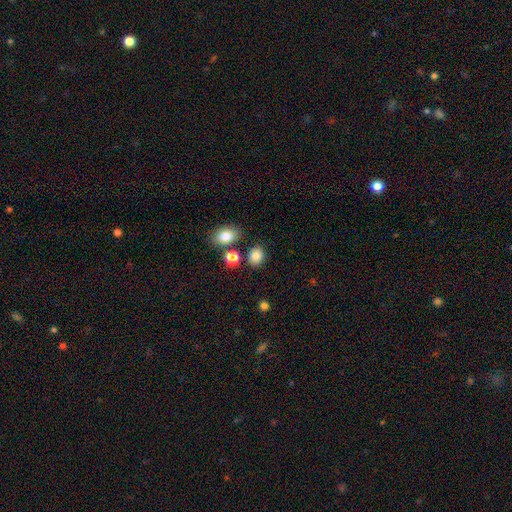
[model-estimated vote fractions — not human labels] Morphology: type=smooth (83%); roundness=round (53%); merging=none (78%).